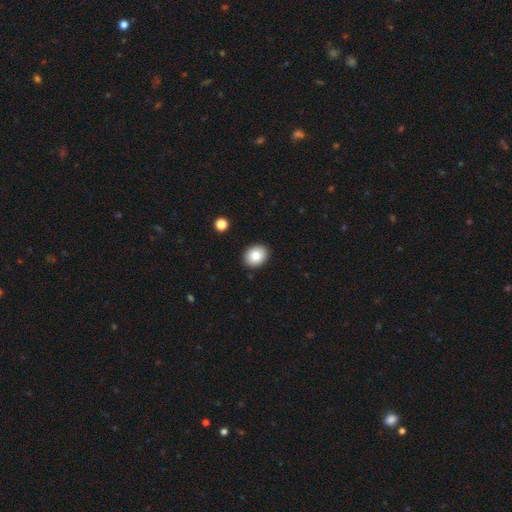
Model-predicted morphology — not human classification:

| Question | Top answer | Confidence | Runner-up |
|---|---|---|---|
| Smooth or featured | smooth | 83% | featured or disk (8%) |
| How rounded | in between | 51% | round (48%) |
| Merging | none | 90% | minor disturbance (7%) |